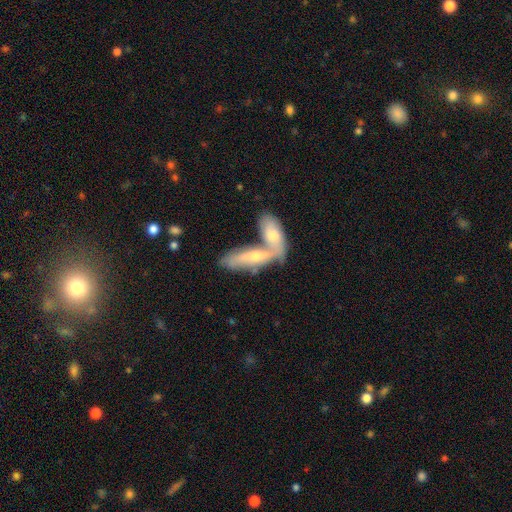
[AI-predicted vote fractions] smooth_or_featured: featured or disk (p=0.49) [alt: smooth p=0.38]
merging: merger (p=0.57) [alt: none p=0.30]